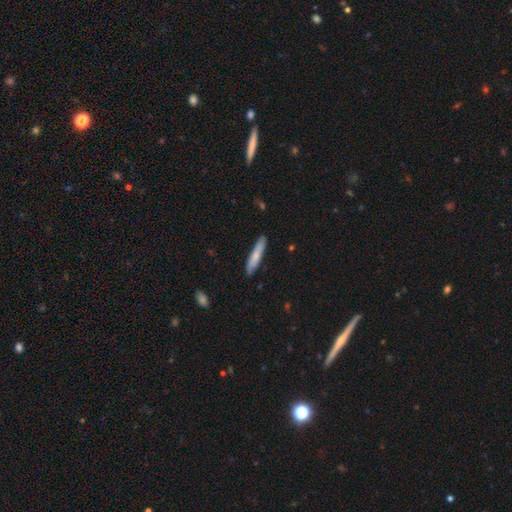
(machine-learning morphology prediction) A smooth galaxy with no disk features (71%) that is cigar-shaped (89%).

Vote fractions:
- Smooth or featured? smooth: 71% / featured or disk: 24% / star or artifact: 6%
- How rounded? cigar-shaped: 89% / in between: 9% / round: 1%
- Merging? none: 86% / minor disturbance: 11% / major disturbance: 2% / merger: 1%